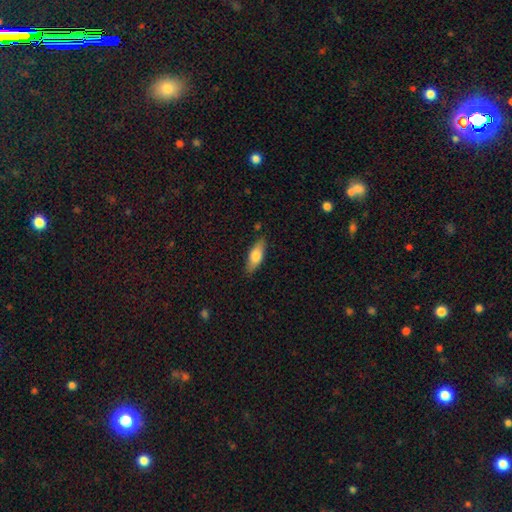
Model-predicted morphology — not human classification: This is likely a smooth galaxy (71%). How rounded: likely in between (70%). Merging: clearly none (82%).